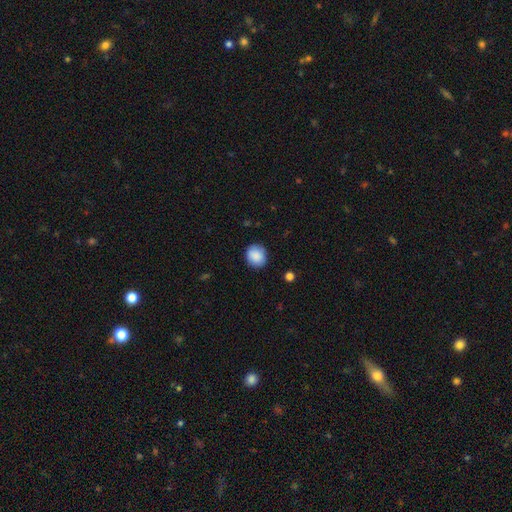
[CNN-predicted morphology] This is clearly a smooth galaxy (88%). How rounded: likely round (73%). Merging: clearly none (84%).